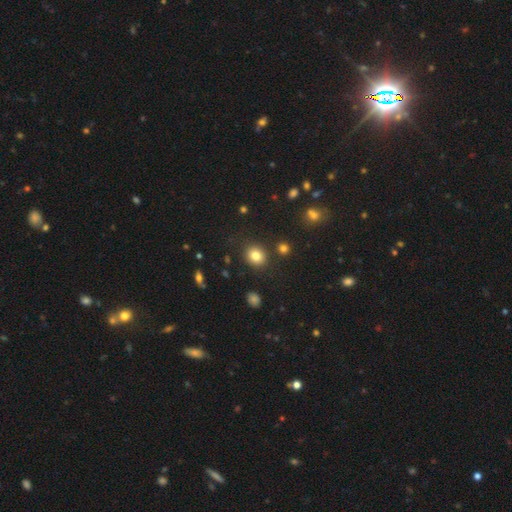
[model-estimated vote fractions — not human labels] smooth-or-featured: smooth: 82% | star or artifact: 11% | featured or disk: 7%
  how-rounded: round: 73% | in between: 26% | cigar-shaped: 1%
  merging: none: 85% | minor disturbance: 8% | merger: 4% | major disturbance: 3%